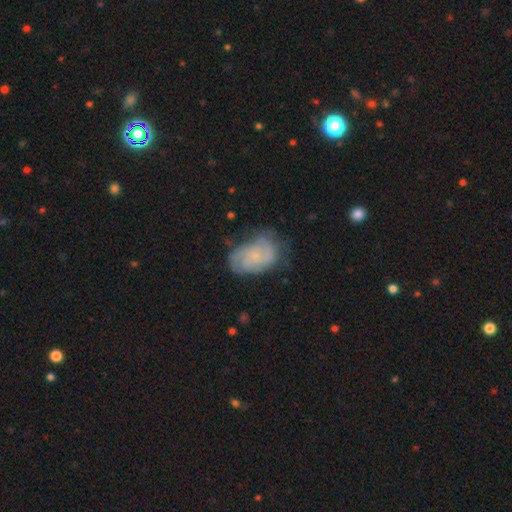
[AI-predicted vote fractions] This appears to be a featured or disk galaxy (66%) with no bar (74%), tight (46%) spiral arms (89%) and a small central bulge (69%). Merging: none (60%).